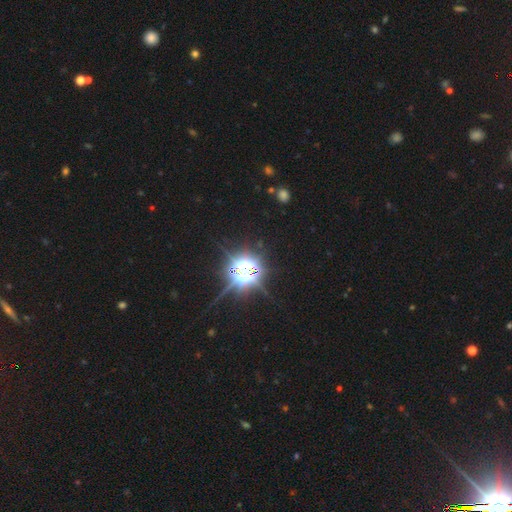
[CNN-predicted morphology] Smooth or featured?
  - star or artifact: 86% *
  - smooth: 8%
  - featured or disk: 6%